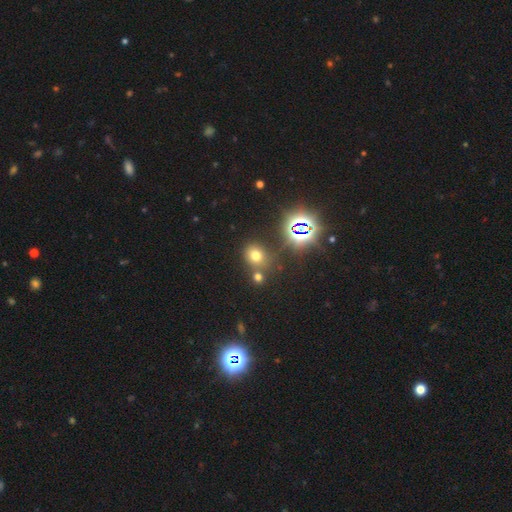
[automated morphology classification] Overall: smooth (61%; star or artifact 31%). How rounded: round (65%; in between 34%). Merging: none (69%).